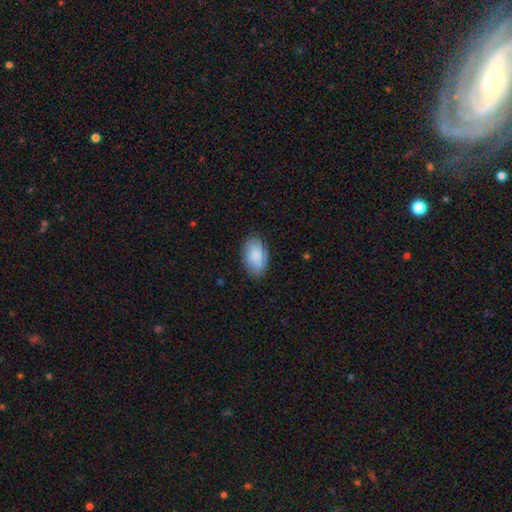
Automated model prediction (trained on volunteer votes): Overall: smooth (88%). How rounded: in between (93%). Merging: none (84%).